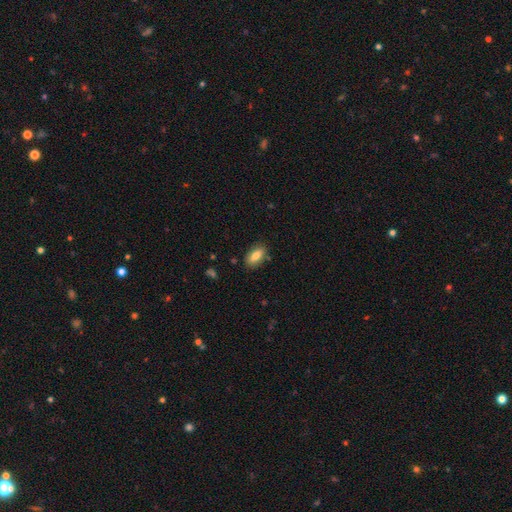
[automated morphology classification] The model was most divided on "smooth or featured": smooth: 80%, featured or disk: 12%, star or artifact: 7%. More confident: how rounded — in between (88%); merging — none (84%).